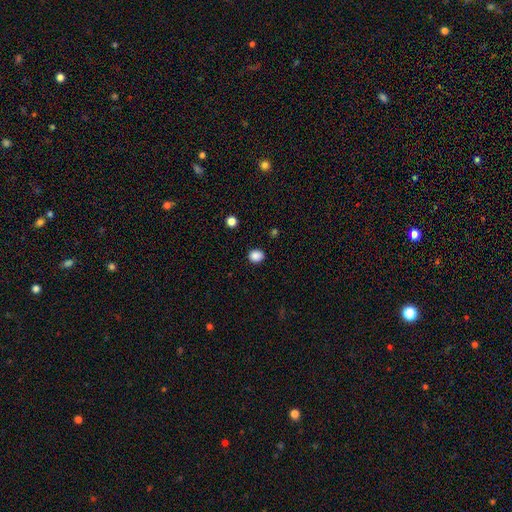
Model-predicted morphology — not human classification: smooth 87%, star or artifact 10%, featured or disk 3%. Down the decision tree: how rounded — round (70%); merging — none (88%).